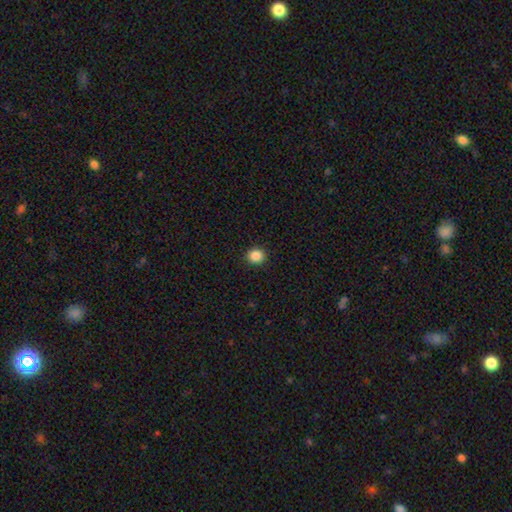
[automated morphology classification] Smooth or featured? Predicted: smooth (p=0.86). How rounded? Predicted: round (p=0.87). Merging? Predicted: none (p=0.92).